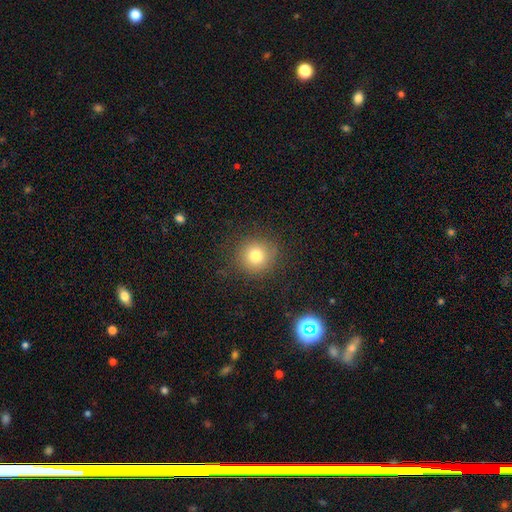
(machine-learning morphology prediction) type=smooth (78%); roundness=round (92%); merging=none (87%).